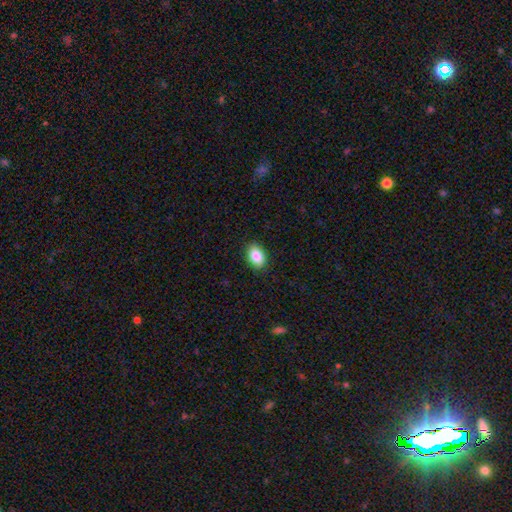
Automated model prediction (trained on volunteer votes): smooth_or_featured: smooth (p=0.86) [alt: star or artifact p=0.07]
how_rounded: in between (p=0.88) [alt: round p=0.10]
merging: none (p=0.89) [alt: minor disturbance p=0.08]